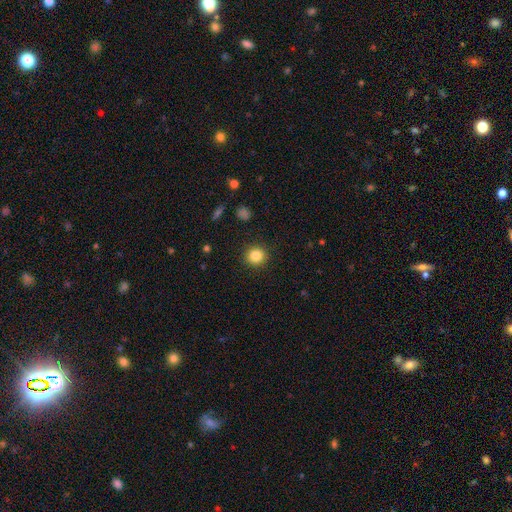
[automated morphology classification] The model was most divided on "smooth or featured": smooth: 84%, star or artifact: 11%, featured or disk: 5%. More confident: merging — none (91%); how rounded — round (90%).